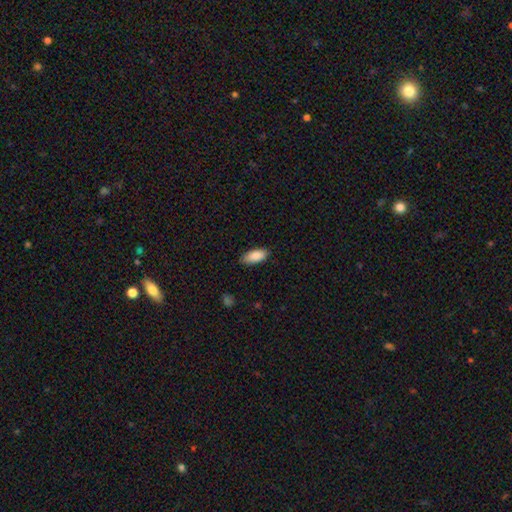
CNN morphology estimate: This appears to be a smooth galaxy with no disk features (89%) that is in between round and cigar-shaped (87%). Merging: none (82%).